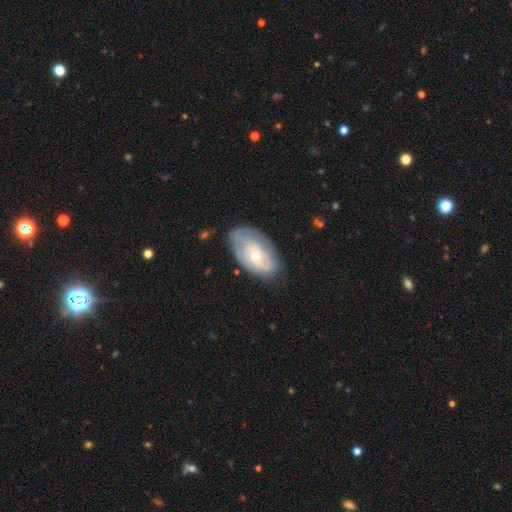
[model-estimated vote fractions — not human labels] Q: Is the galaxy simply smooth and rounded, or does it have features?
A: featured or disk — 66%.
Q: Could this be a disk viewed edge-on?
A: no — 94%.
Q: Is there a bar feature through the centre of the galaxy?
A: no — 70%.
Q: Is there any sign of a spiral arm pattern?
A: yes — 74%.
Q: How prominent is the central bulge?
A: small — 55%.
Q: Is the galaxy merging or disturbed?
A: none — 64%.